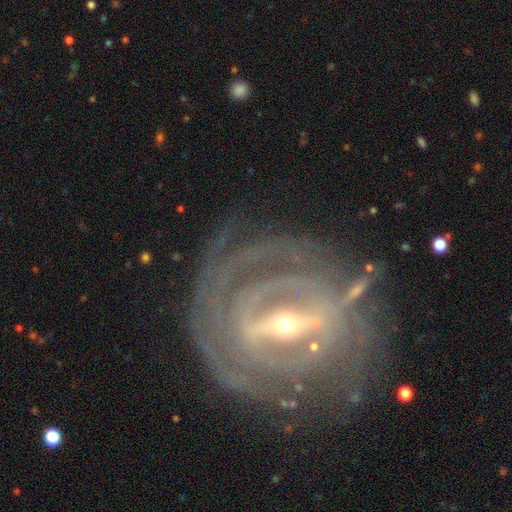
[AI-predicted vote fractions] A featured or disk galaxy (88%) with a strong bar (71%), tight (78%) spiral arms (88%) and a small central bulge (62%). Merging: none (73%).